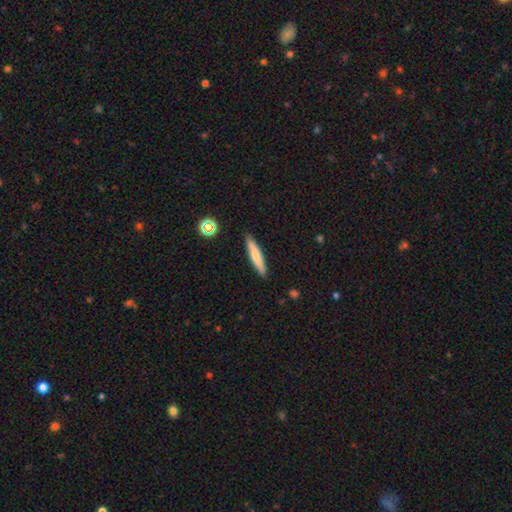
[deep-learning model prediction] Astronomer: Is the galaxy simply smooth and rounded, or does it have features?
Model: smooth — 70%.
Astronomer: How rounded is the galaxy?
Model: cigar-shaped — 90%.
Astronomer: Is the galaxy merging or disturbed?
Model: none — 89%.